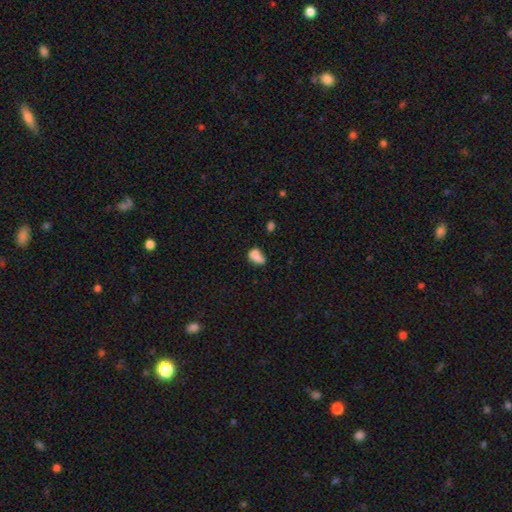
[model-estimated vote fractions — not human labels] Smooth or featured? Predicted: smooth (p=0.73). How rounded? Predicted: in between (p=0.82). Merging? Predicted: none (p=0.38).